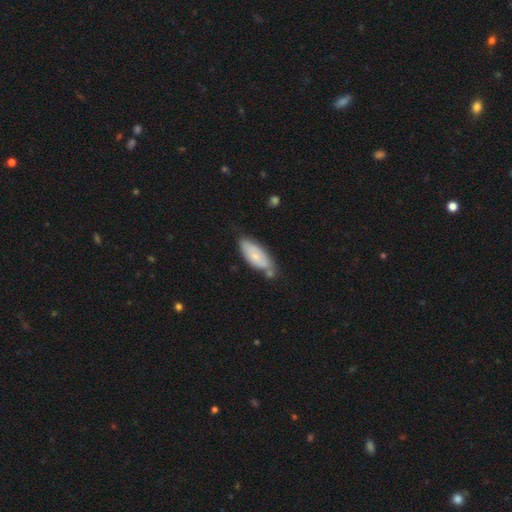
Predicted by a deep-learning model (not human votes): This is likely a smooth galaxy (63%). How rounded: likely in between (79%). Merging: possibly none (58%).